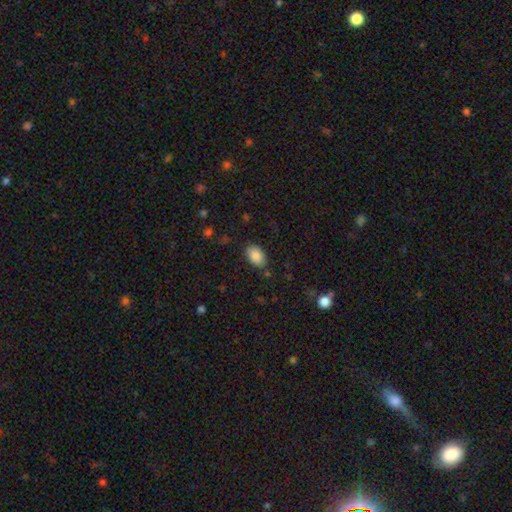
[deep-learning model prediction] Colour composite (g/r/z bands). It shows a smooth galaxy with no disk features (88%) that is in between round and cigar-shaped (89%). Merging: none (83%).